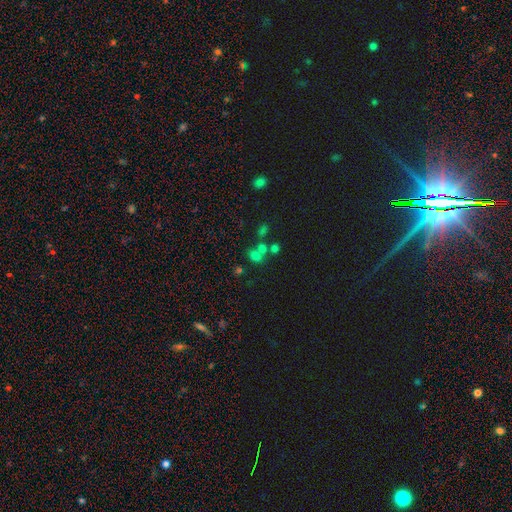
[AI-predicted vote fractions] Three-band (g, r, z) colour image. It shows a smooth galaxy with no disk features (60%) that is in between round and cigar-shaped (55%). Merging: merger (43%).